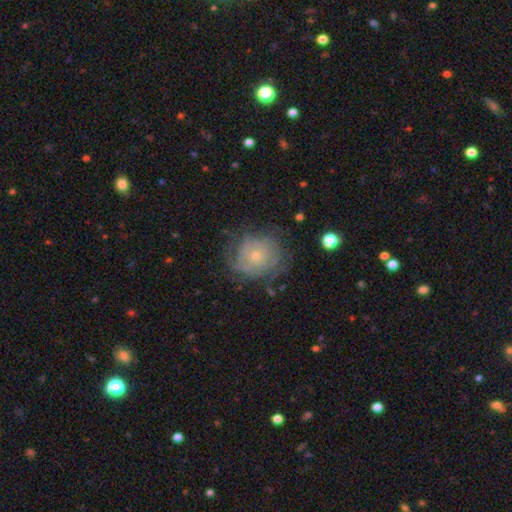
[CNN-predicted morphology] This appears to be a featured or disk galaxy (63%) with no bar (86%), spiral arms (75%) and a small central bulge (72%). Merging: none (63%).